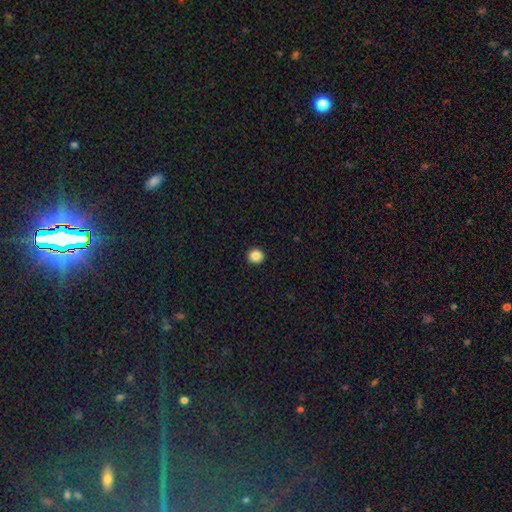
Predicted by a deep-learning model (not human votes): This is clearly a smooth galaxy (86%). How rounded: clearly round (92%). Merging: clearly none (94%).